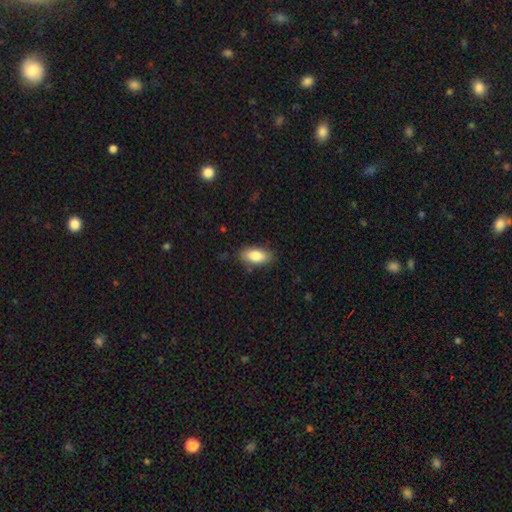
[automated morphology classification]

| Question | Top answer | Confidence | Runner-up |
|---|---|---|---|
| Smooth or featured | smooth | 82% | featured or disk (11%) |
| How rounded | in between | 89% | cigar-shaped (8%) |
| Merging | none | 83% | minor disturbance (13%) |